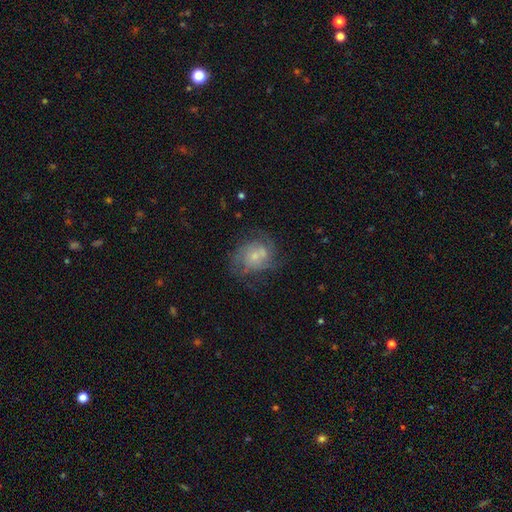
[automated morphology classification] Overall: featured or disk (59%; smooth 31%). Edge-on disk: no (98%). Bar: no (76%). Spiral arms: yes (76%). Bulge size: small (60%; moderate 30%). Merging: none (49%; minor disturbance 20%).